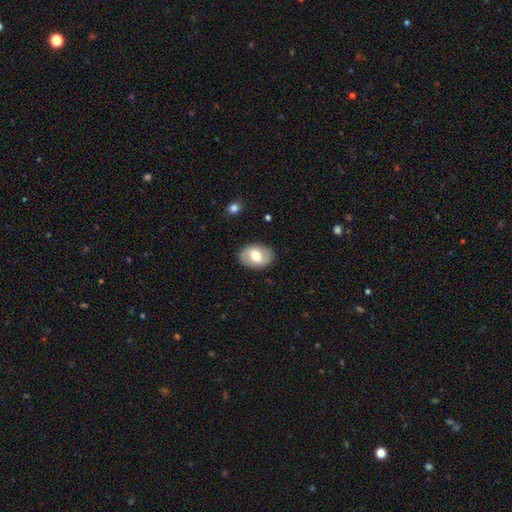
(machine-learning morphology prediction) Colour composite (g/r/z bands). It shows a smooth galaxy with no disk features (59%) that is in between round and cigar-shaped (80%). Merging: none (87%).